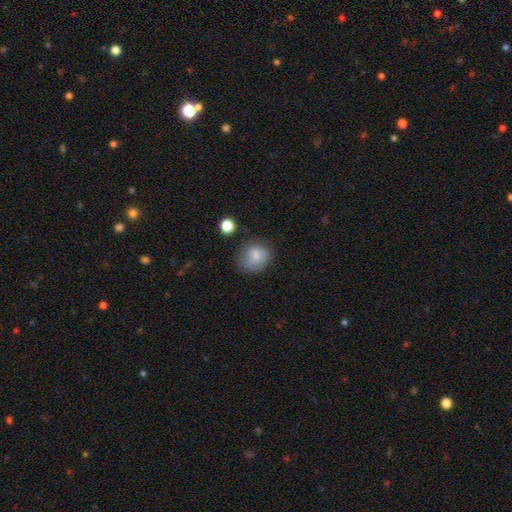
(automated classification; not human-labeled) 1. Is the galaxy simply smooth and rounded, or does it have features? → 80% smooth, 11% featured or disk, 9% star or artifact.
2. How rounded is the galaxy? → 68% round, 31% in between, 1% cigar-shaped.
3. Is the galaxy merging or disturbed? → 65% none, 24% minor disturbance, 8% major disturbance, 3% merger.